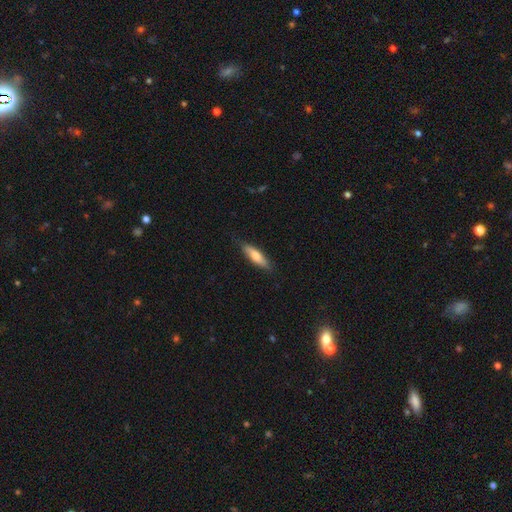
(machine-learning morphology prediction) Overall: smooth (67%). How rounded: cigar-shaped (65%; in between 33%). Merging: none (81%).